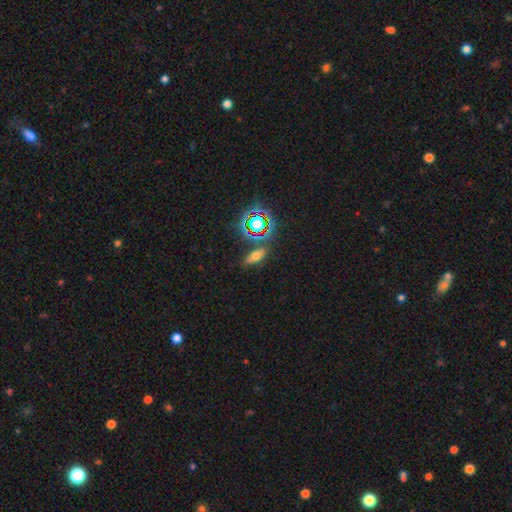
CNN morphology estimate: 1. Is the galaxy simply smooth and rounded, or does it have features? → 54% smooth, 27% star or artifact, 19% featured or disk.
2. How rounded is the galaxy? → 68% in between, 23% cigar-shaped, 10% round.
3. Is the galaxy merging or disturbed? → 75% none, 13% minor disturbance, 6% merger, 5% major disturbance.